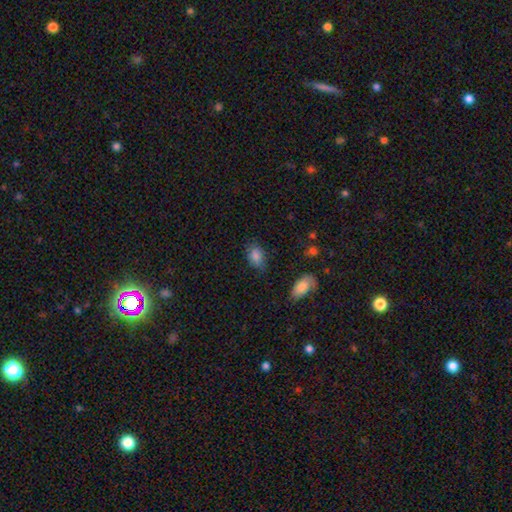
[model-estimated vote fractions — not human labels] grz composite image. It shows a smooth galaxy with no disk features (85%) that is in between round and cigar-shaped (87%). Merging: none (70%).